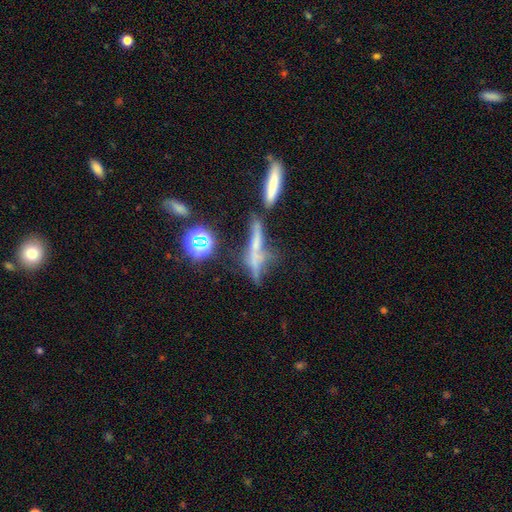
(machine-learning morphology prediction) type=featured or disk (42%); merging=none (34%).